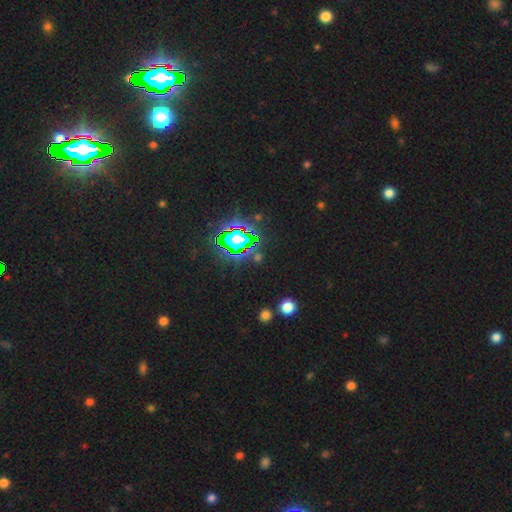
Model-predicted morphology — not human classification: Overall: star or artifact (75%).